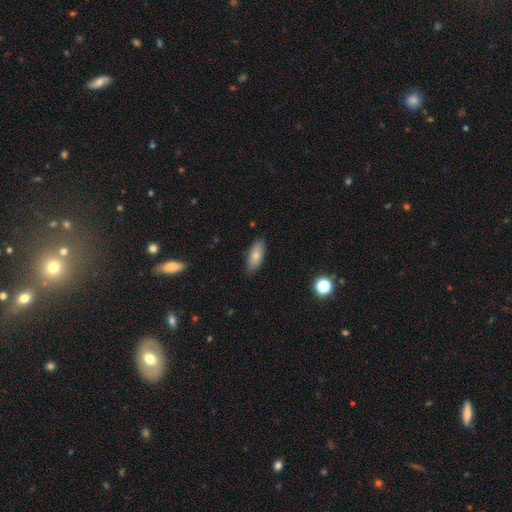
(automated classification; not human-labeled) Overall: smooth (77%). How rounded: in between (78%). Merging: none (84%).